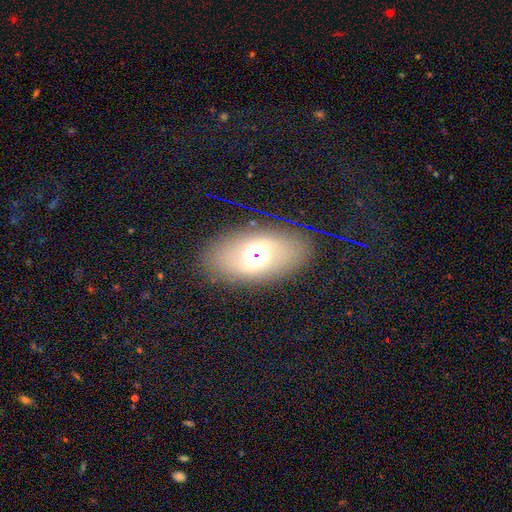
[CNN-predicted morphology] smooth_or_featured: smooth (p=0.49) [alt: featured or disk p=0.34]
merging: none (p=0.83) [alt: minor disturbance p=0.10]